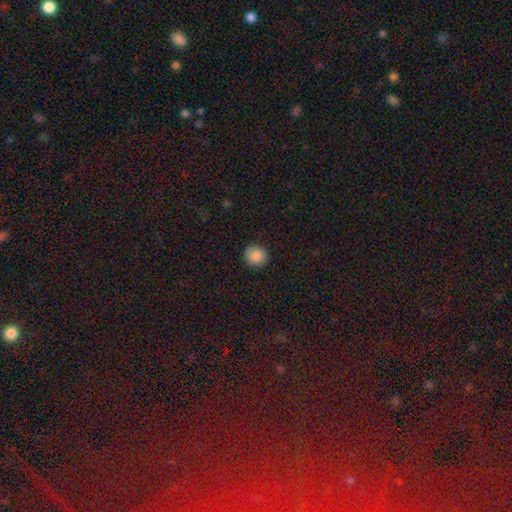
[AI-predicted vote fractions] smooth-or-featured: smooth: 88% | star or artifact: 9% | featured or disk: 4%
  how-rounded: round: 87% | in between: 12% | cigar-shaped: 1%
  merging: none: 90% | minor disturbance: 7% | major disturbance: 2% | merger: 1%